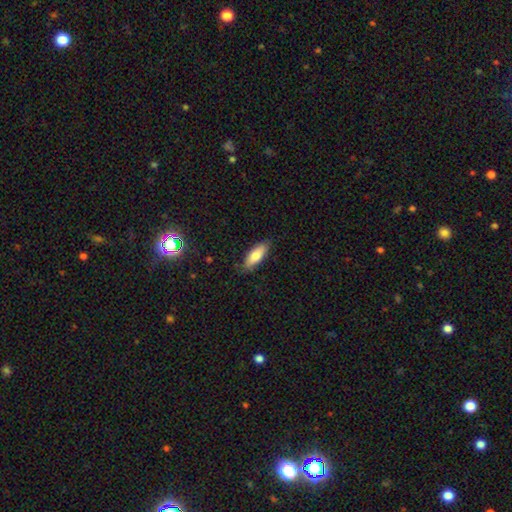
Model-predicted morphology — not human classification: Smooth or featured: smooth — 76% (featured or disk — 18%)
How rounded: in between — 64% (cigar-shaped — 34%)
Merging: none — 84% (minor disturbance — 13%)